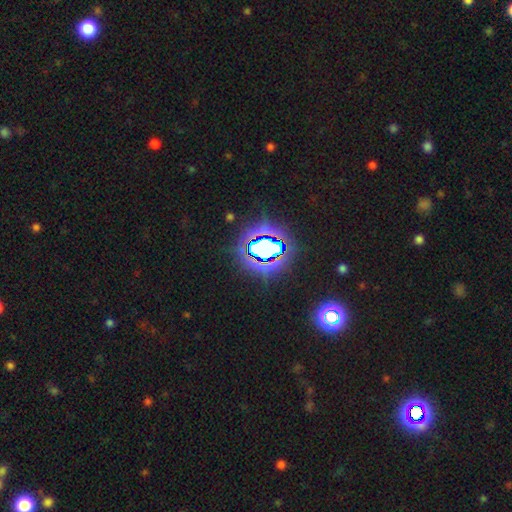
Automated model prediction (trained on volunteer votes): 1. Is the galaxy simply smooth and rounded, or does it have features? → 83% star or artifact, 11% smooth, 6% featured or disk.